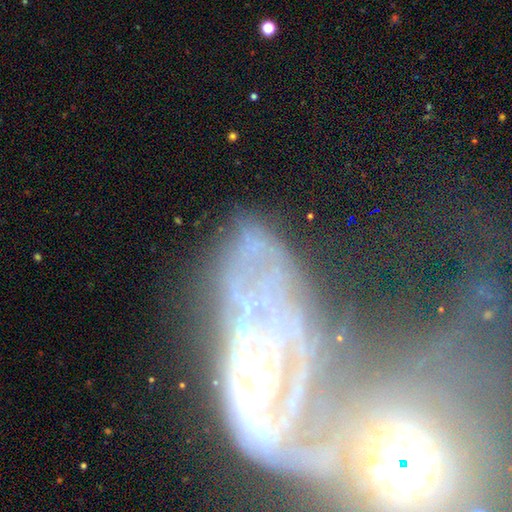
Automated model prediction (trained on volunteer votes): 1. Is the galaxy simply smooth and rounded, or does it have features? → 65% featured or disk, 20% star or artifact, 15% smooth.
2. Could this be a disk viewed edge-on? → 90% no, 10% yes.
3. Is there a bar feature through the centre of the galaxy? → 68% no, 19% weak, 12% strong.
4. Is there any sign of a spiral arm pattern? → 74% yes, 26% no.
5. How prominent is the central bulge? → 52% small, 31% moderate, 9% none, 5% large, 3% dominant.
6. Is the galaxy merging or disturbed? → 53% none, 19% minor disturbance, 19% major disturbance, 9% merger.